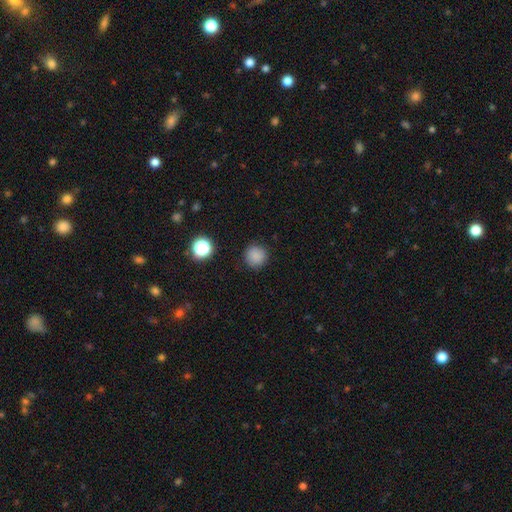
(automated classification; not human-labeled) smooth-or-featured: smooth: 84% | star or artifact: 12% | featured or disk: 4%
  how-rounded: round: 94% | in between: 5% | cigar-shaped: 1%
  merging: none: 89% | minor disturbance: 7% | major disturbance: 2% | merger: 1%